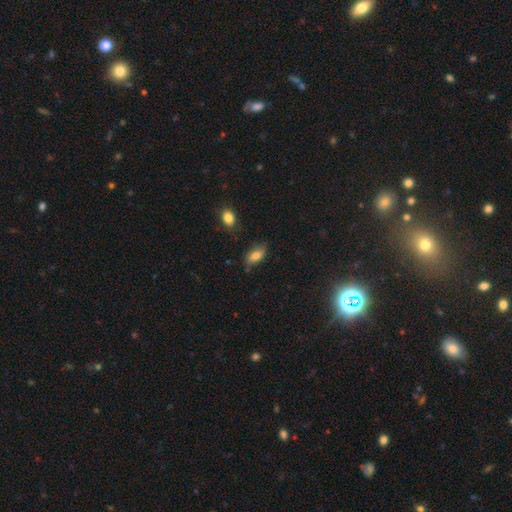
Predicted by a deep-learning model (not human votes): This is likely a smooth galaxy (79%). How rounded: clearly in between (89%). Merging: likely none (66%).